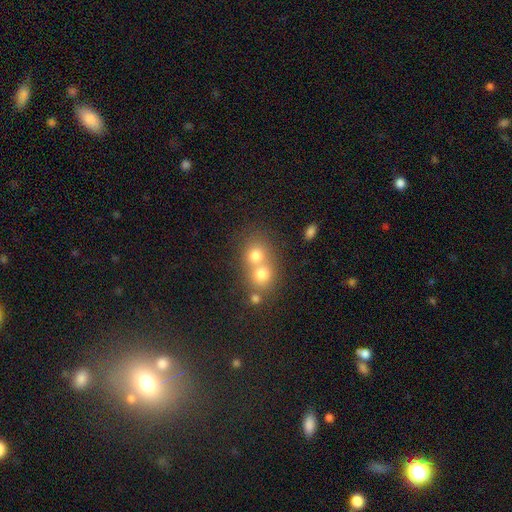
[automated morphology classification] type=smooth (73%); roundness=round (77%); merging=merger (58%).